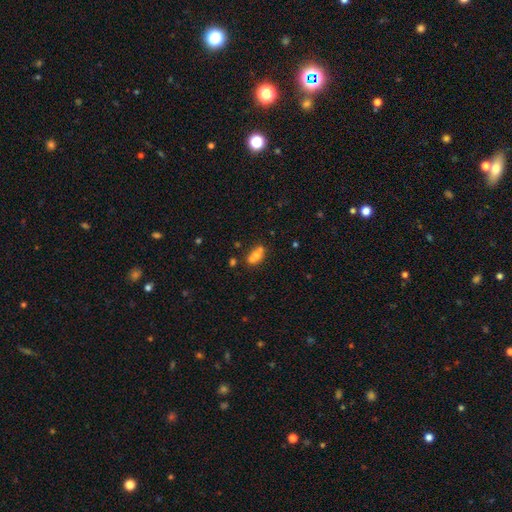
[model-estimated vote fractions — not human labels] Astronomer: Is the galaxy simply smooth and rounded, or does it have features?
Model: smooth — 61%.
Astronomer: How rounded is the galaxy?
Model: in between — 65%.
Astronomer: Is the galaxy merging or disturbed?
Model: merger — 46% (runner-up: none, 36%).